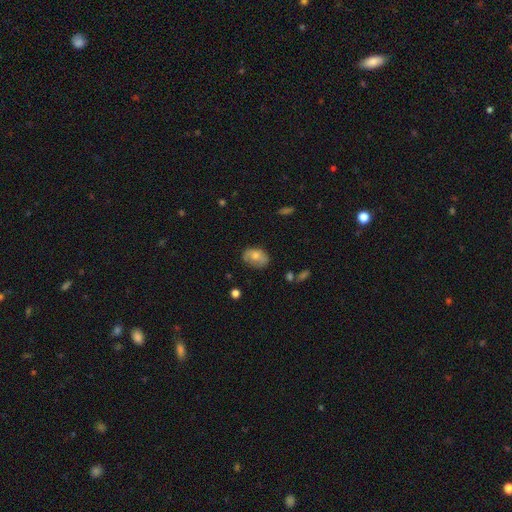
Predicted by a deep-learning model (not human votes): Smooth or featured?
  - smooth: 66% *
  - featured or disk: 26%
  - star or artifact: 8%
How rounded?
  - in between: 79% *
  - round: 19%
  - cigar-shaped: 1%
Merging?
  - none: 70% *
  - minor disturbance: 23%
  - major disturbance: 5%
  - merger: 2%